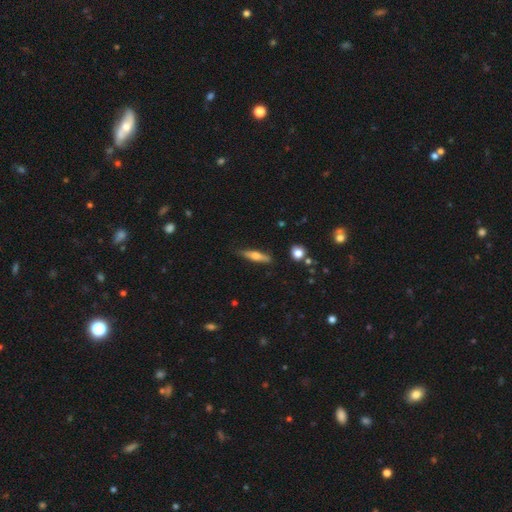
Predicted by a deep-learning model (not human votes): smooth 52%, featured or disk 41%, star or artifact 7%. Down the decision tree: how rounded — cigar-shaped (76%); merging — none (80%).